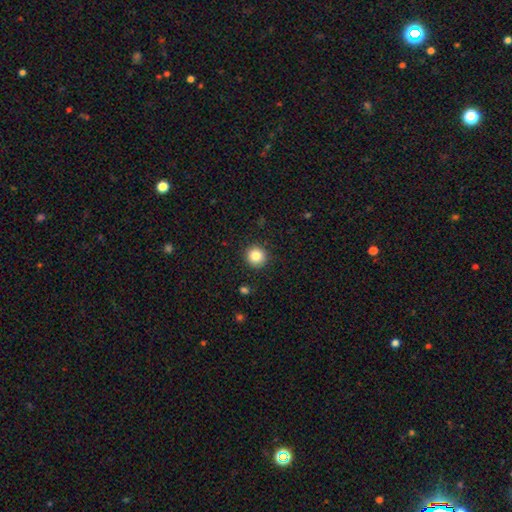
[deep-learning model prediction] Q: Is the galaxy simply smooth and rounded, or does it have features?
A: smooth — 84%.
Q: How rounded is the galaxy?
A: round — 93%.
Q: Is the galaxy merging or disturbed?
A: none — 91%.